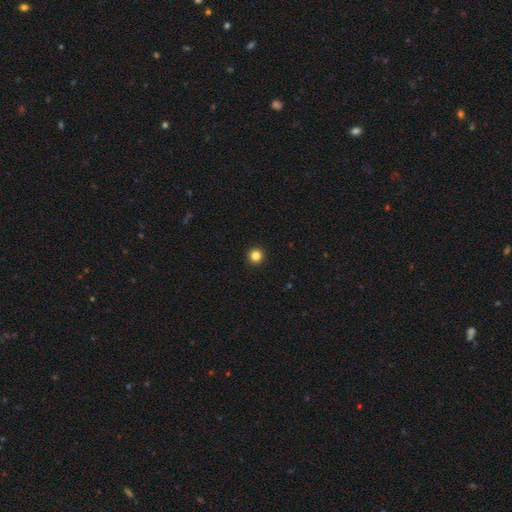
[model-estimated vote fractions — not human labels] Smooth or featured? Predicted: smooth (p=0.84). How rounded? Predicted: round (p=0.96). Merging? Predicted: none (p=0.94).